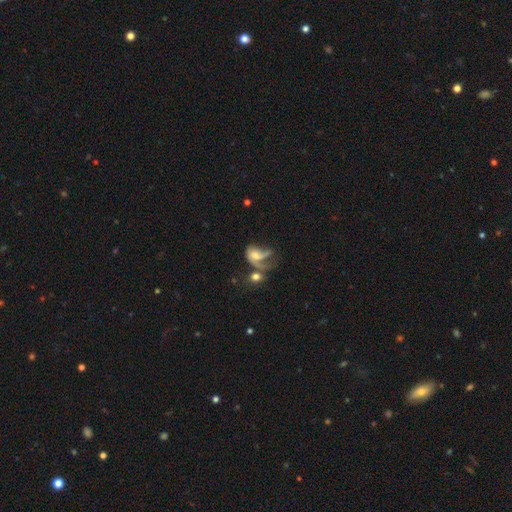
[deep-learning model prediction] Q: Smooth or featured?
A: featured or disk (52%); runner-up: smooth (37%)
Q: Edge-on disk?
A: no (96%); runner-up: yes (4%)
Q: Bar?
A: no (65%); runner-up: weak (27%)
Q: Spiral arms?
A: yes (69%); runner-up: no (31%)
Q: Bulge size?
A: moderate (38%); runner-up: small (37%)
Q: Merging?
A: major disturbance (36%); runner-up: merger (34%)